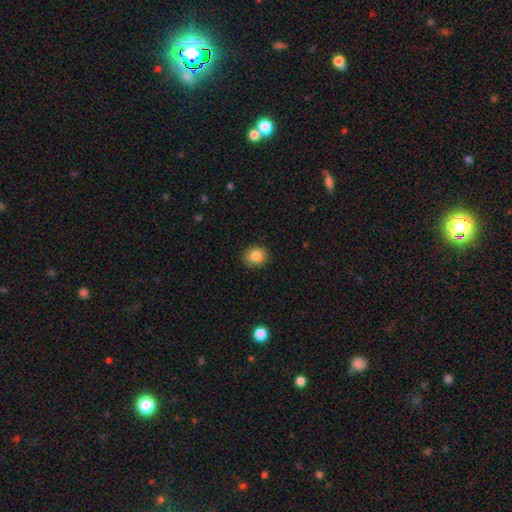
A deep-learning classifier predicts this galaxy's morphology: Smooth or featured: smooth — 83% (star or artifact — 10%)
How rounded: round — 67% (in between — 32%)
Merging: none — 83% (minor disturbance — 12%)